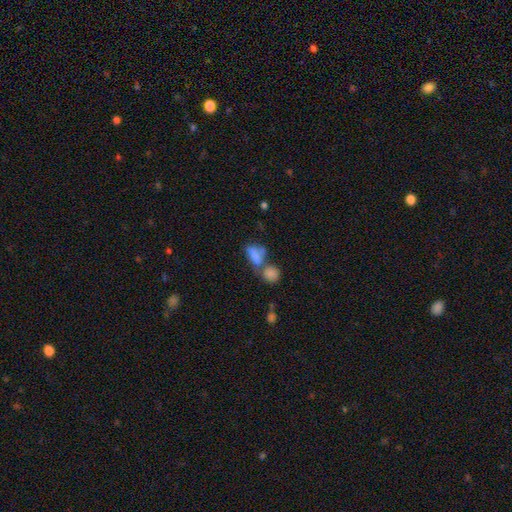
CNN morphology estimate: A smooth galaxy with no disk features (75%) that is in between round and cigar-shaped (80%). Merging: merger (58%).